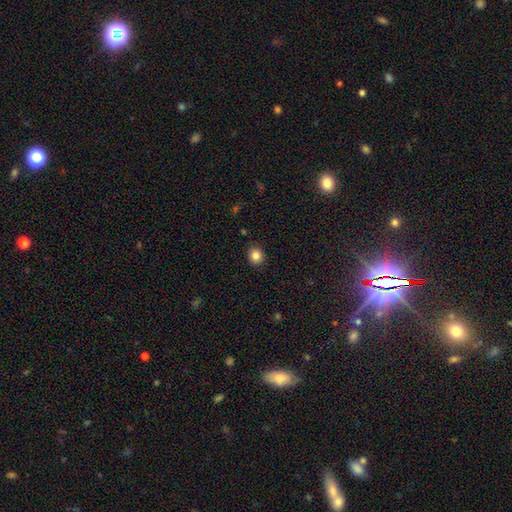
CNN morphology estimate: Smooth or featured?
  - smooth: 84% *
  - star or artifact: 10%
  - featured or disk: 5%
How rounded?
  - round: 77% *
  - in between: 22%
  - cigar-shaped: 1%
Merging?
  - none: 90% *
  - minor disturbance: 7%
  - major disturbance: 2%
  - merger: 1%